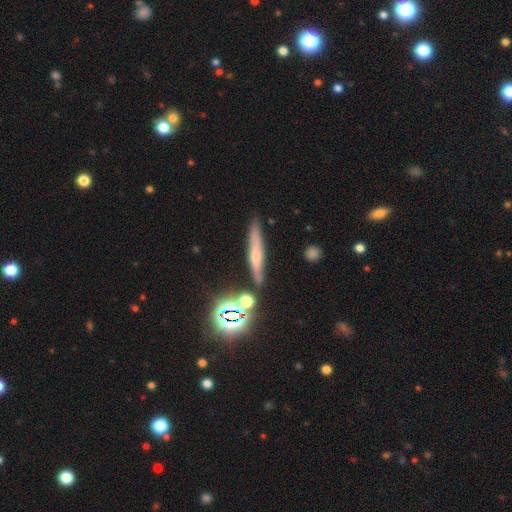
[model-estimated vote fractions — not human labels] Smooth or featured: featured or disk — 41% (smooth — 38%)
Merging: none — 84% (minor disturbance — 9%)